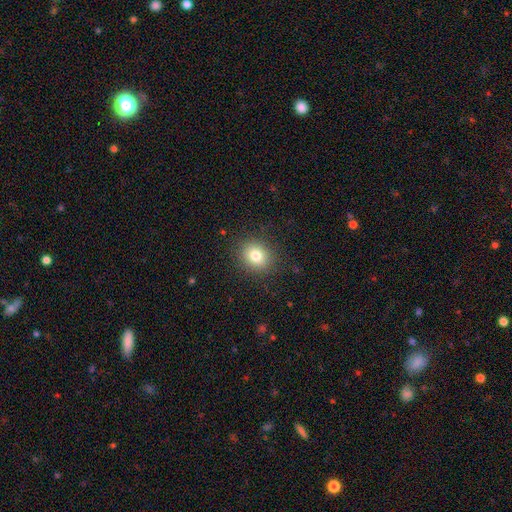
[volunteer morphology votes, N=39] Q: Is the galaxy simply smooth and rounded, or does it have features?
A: smooth — 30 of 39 (77%).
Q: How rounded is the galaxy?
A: round — 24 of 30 (80%).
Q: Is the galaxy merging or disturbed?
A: none — 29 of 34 (85%).